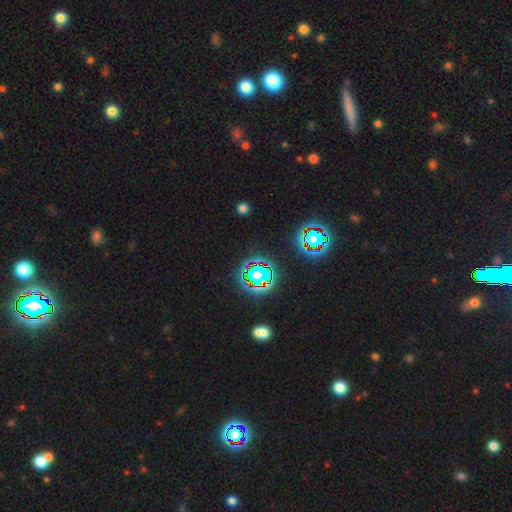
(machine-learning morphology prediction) Smooth or featured?
  - star or artifact: 80% *
  - smooth: 12%
  - featured or disk: 8%